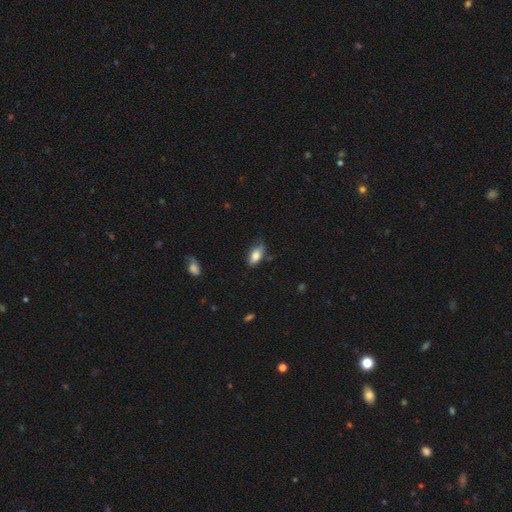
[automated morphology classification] Smooth or featured: smooth — 79% (featured or disk — 14%)
How rounded: in between — 89% (cigar-shaped — 7%)
Merging: none — 61% (minor disturbance — 30%)